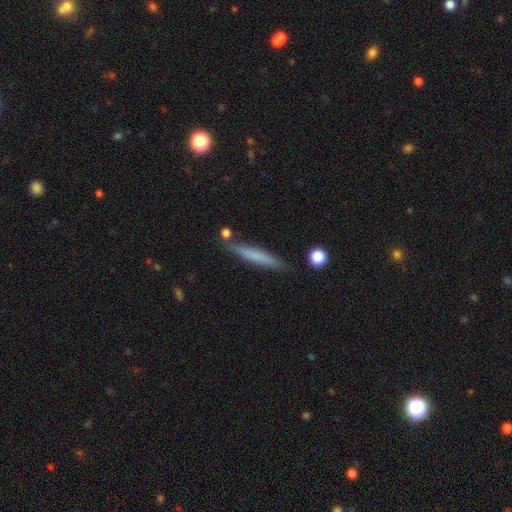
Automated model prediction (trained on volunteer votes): This is likely a smooth galaxy (65%). How rounded: clearly cigar-shaped (94%). Merging: clearly none (84%).